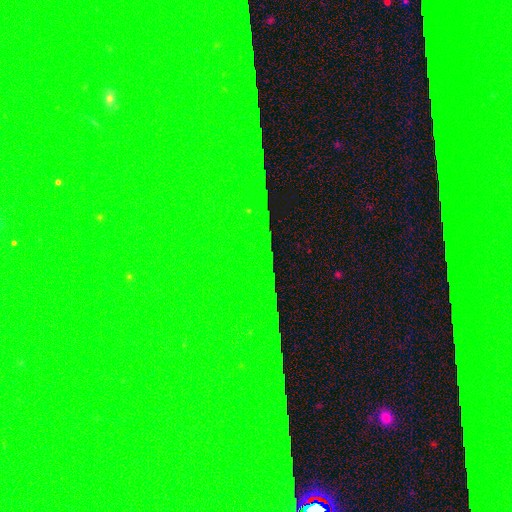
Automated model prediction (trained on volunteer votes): smooth-or-featured: star or artifact: 87% | featured or disk: 8% | smooth: 6%